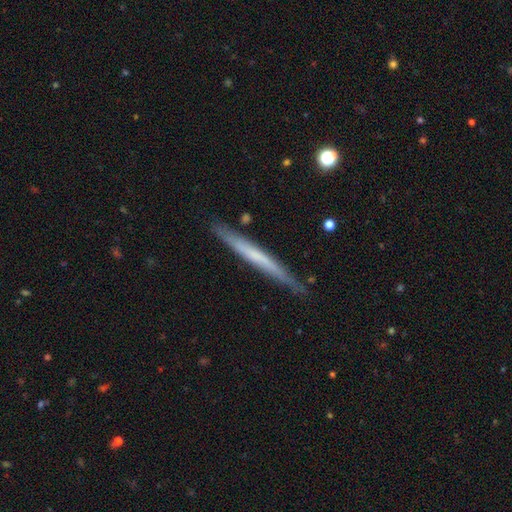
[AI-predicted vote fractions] Q: Smooth or featured?
A: featured or disk (49%); runner-up: smooth (45%)
Q: Merging?
A: none (85%); runner-up: minor disturbance (11%)